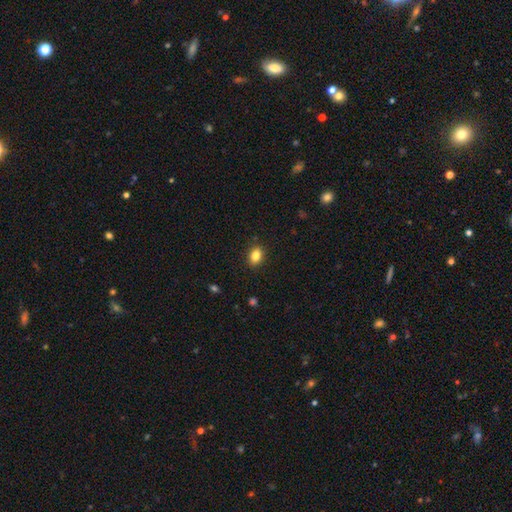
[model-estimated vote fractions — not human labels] Smooth or featured?
  - smooth: 84% *
  - star or artifact: 10%
  - featured or disk: 6%
How rounded?
  - in between: 68% *
  - round: 31%
  - cigar-shaped: 1%
Merging?
  - none: 88% *
  - minor disturbance: 9%
  - major disturbance: 2%
  - merger: 1%